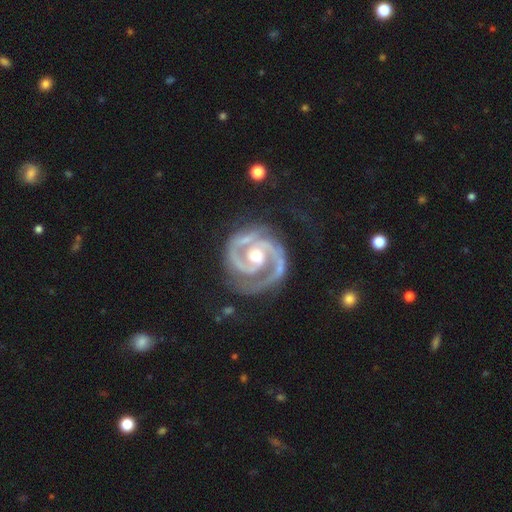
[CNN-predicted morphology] smooth_or_featured: featured or disk (p=0.94) [alt: star or artifact p=0.04]
disk_edge_on: no (p=0.98) [alt: yes p=0.02]
bar: no (p=0.47) [alt: weak p=0.34]
has_spiral_arms: yes (p=0.99) [alt: no p=0.01]
spiral_winding: tight (p=0.57) [alt: medium p=0.39]
spiral_arm_count: 2 (p=0.88) [alt: 3 p=0.05]
bulge_size: moderate (p=0.68) [alt: small p=0.18]
merging: none (p=0.70) [alt: minor disturbance p=0.19]